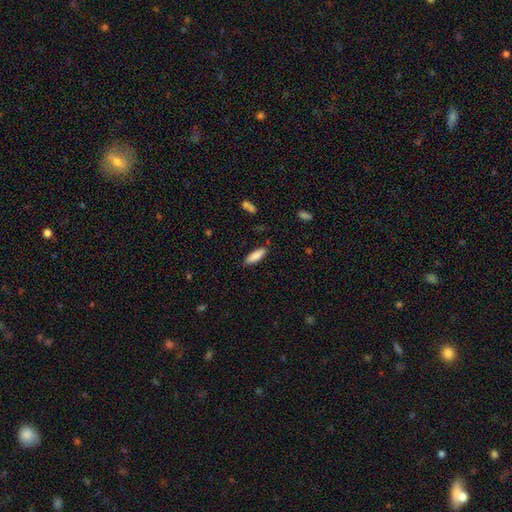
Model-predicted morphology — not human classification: Smooth or featured?
  - smooth: 86% *
  - featured or disk: 8%
  - star or artifact: 6%
How rounded?
  - in between: 57% *
  - cigar-shaped: 41%
  - round: 1%
Merging?
  - none: 85% *
  - minor disturbance: 11%
  - major disturbance: 2%
  - merger: 2%